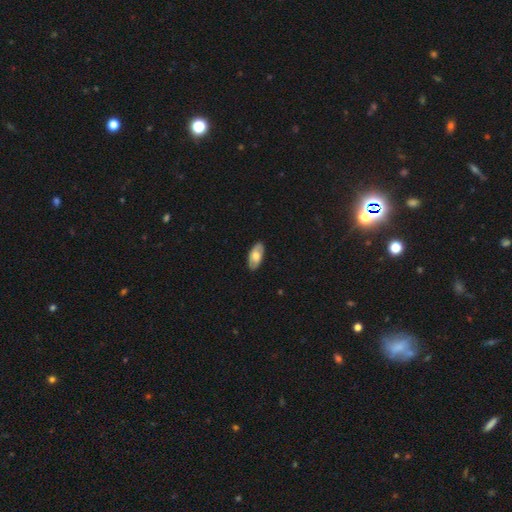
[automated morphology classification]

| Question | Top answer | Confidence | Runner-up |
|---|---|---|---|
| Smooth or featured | smooth | 66% | featured or disk (28%) |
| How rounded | in between | 93% | cigar-shaped (5%) |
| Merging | none | 88% | minor disturbance (9%) |